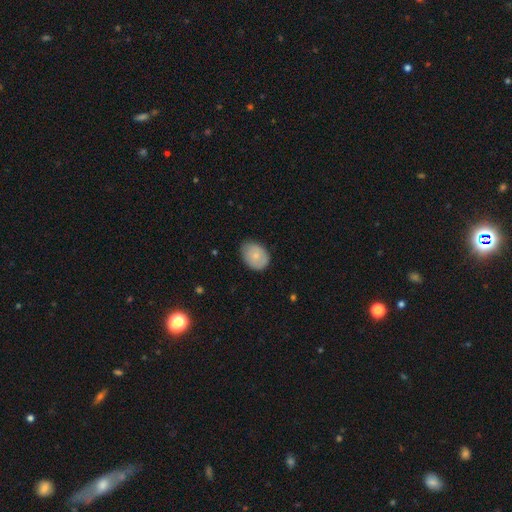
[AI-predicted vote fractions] Morphology: type=smooth (77%); roundness=in between (69%); merging=none (77%).